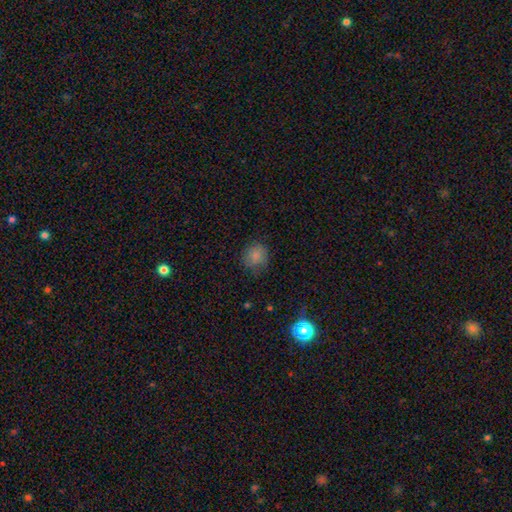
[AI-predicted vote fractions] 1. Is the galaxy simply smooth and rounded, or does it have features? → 84% smooth, 10% star or artifact, 6% featured or disk.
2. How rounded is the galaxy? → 82% round, 17% in between, 1% cigar-shaped.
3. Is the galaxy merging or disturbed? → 75% none, 19% minor disturbance, 5% major disturbance, 1% merger.